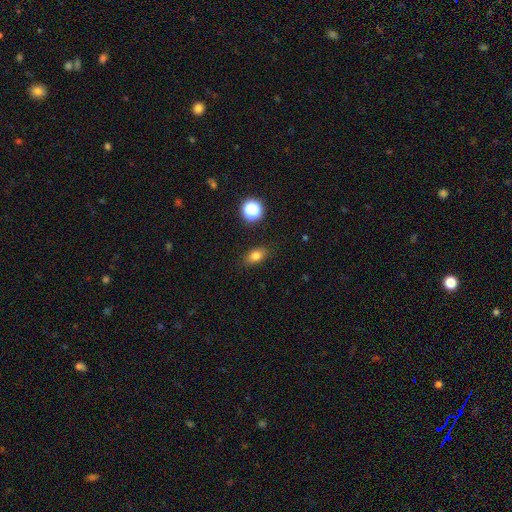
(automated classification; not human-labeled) Smooth or featured?
  - smooth: 78% *
  - star or artifact: 12%
  - featured or disk: 9%
How rounded?
  - in between: 78% *
  - round: 18%
  - cigar-shaped: 4%
Merging?
  - none: 86% *
  - minor disturbance: 10%
  - major disturbance: 3%
  - merger: 1%